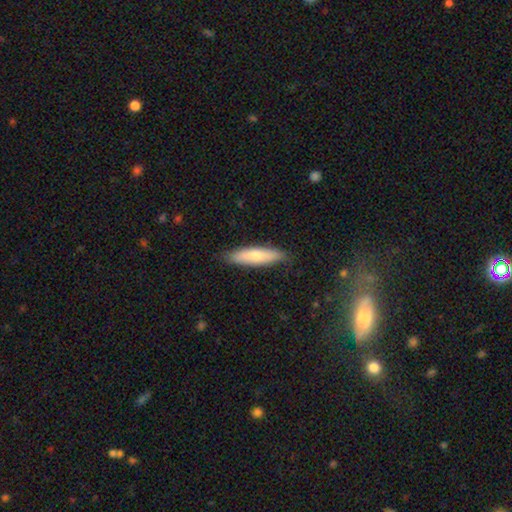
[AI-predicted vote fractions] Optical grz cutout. It shows a smooth galaxy with no disk features (71%) that is cigar-shaped (72%). Merging: none (85%).